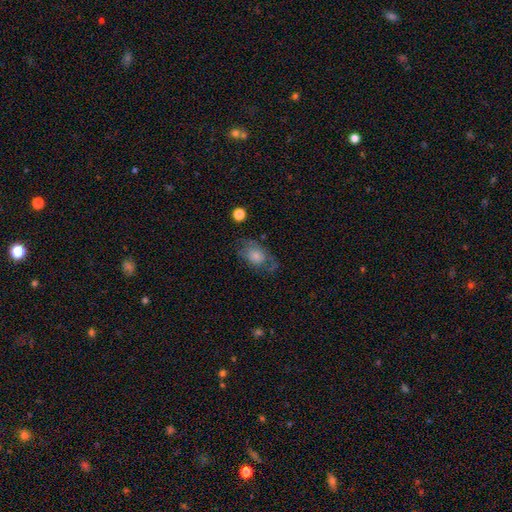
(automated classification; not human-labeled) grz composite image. It shows a smooth galaxy with no disk features (58%) that is in between round and cigar-shaped (76%). Merging: none (53%).